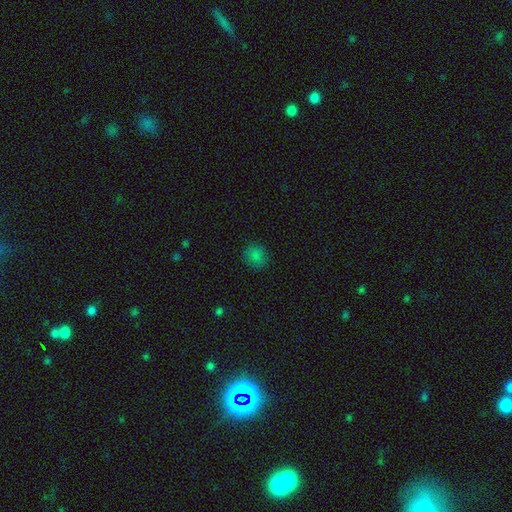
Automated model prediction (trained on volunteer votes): This is clearly a smooth galaxy (81%). How rounded: clearly round (84%). Merging: clearly none (85%).